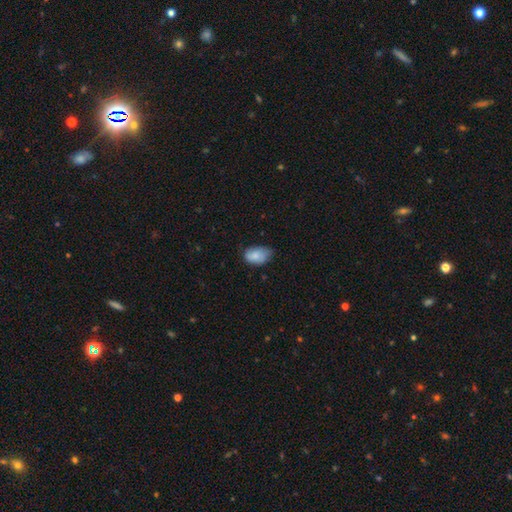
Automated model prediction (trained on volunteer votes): This is clearly a smooth galaxy (82%). How rounded: clearly in between (89%). Merging: possibly none (54%).